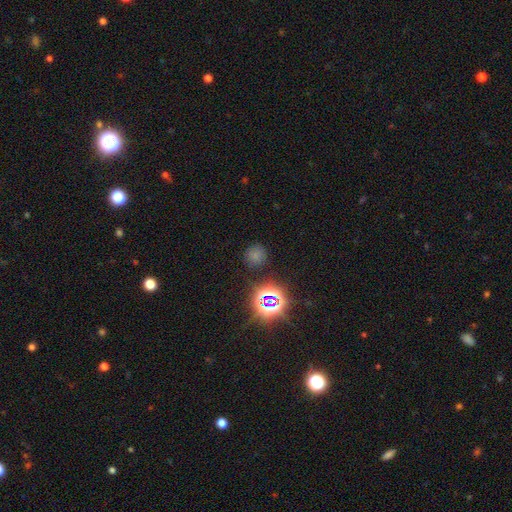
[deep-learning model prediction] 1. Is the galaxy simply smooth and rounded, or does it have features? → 64% smooth, 29% star or artifact, 6% featured or disk.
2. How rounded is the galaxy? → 90% round, 9% in between, 1% cigar-shaped.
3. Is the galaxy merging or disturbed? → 82% none, 11% minor disturbance, 4% major disturbance, 3% merger.